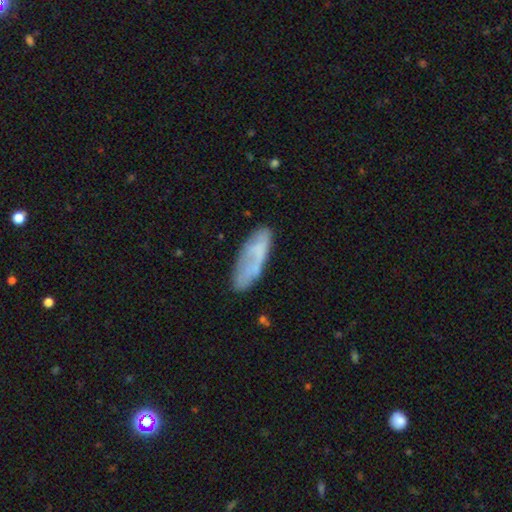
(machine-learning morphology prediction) A smooth galaxy with no disk features (60%) that is in between round and cigar-shaped (54%). Merging: none (61%).